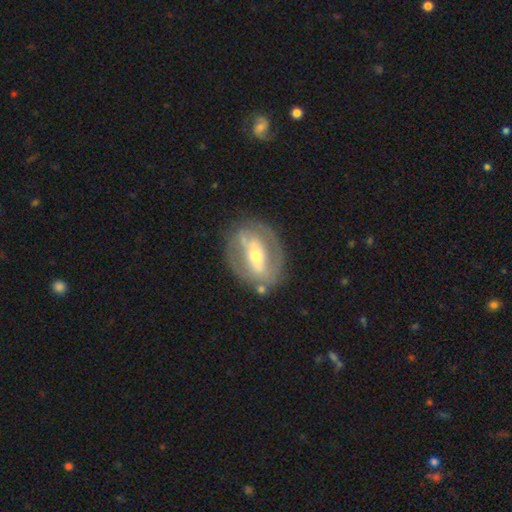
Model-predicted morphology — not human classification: The model was most divided on "spiral arms": no: 58%, yes: 42%. More confident: edge-on disk — no (90%); merging — none (72%); smooth or featured — featured or disk (71%); bulge size — moderate (58%); bar — strong (55%).